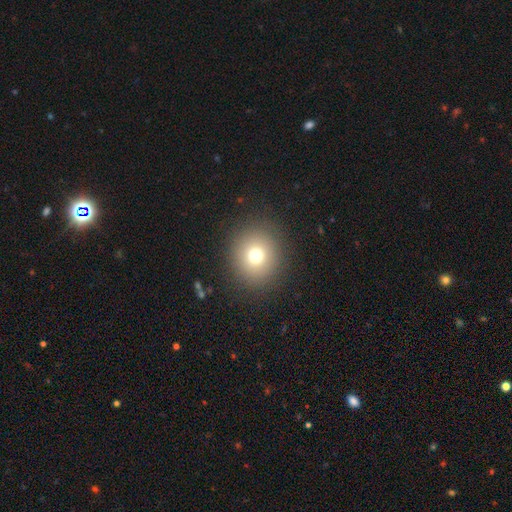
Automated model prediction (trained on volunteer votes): The model was most divided on "smooth or featured": smooth: 72%, star or artifact: 16%, featured or disk: 12%. More confident: how rounded — round (90%); merging — none (89%).